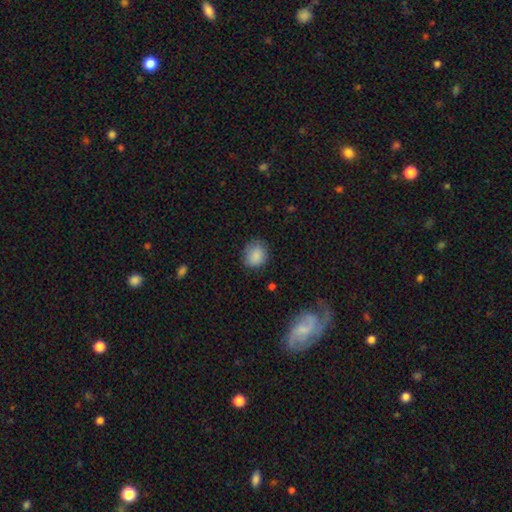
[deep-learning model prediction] Q: Smooth or featured?
A: smooth (87%); runner-up: star or artifact (8%)
Q: How rounded?
A: round (71%); runner-up: in between (28%)
Q: Merging?
A: none (78%); runner-up: minor disturbance (17%)